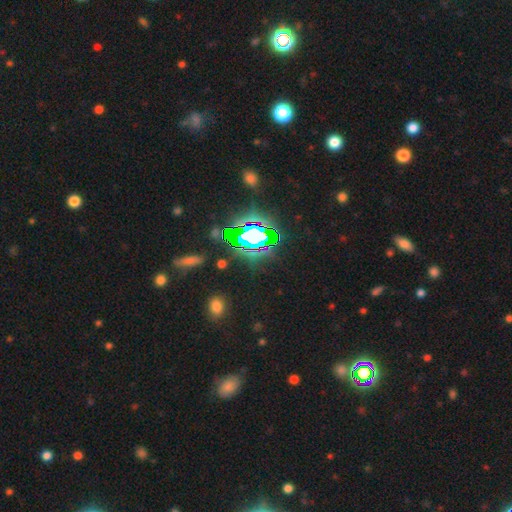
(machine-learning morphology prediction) type=star or artifact (81%).